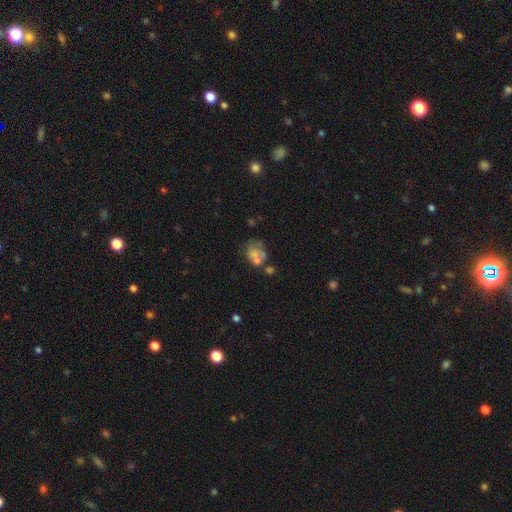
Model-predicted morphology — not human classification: Overall: smooth (54%; featured or disk 33%). How rounded: in between (57%; round 41%). Merging: merger (33%; none 27%).